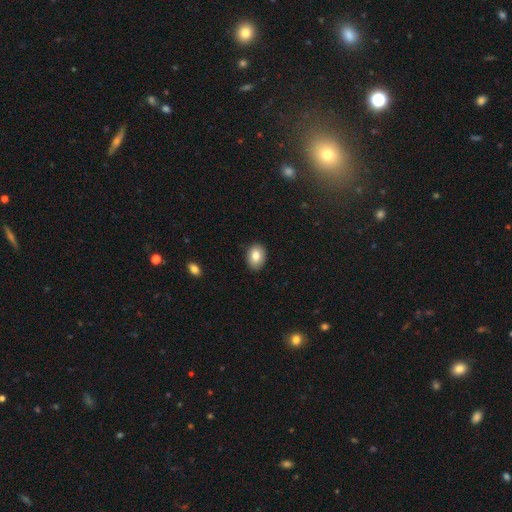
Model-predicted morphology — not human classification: type=smooth (82%); roundness=in between (71%); merging=none (88%).